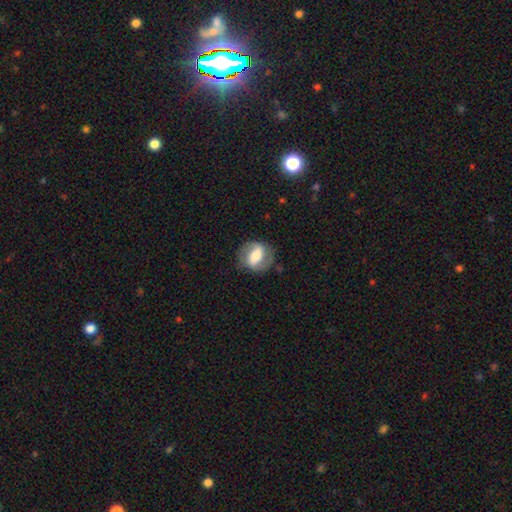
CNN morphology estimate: This is likely a featured or disk galaxy (60%). It is clearly not viewed edge-on (95%). Bar: possibly strong (52%). Spiral arm pattern: likely yes (73%). Central bulge: possibly moderate (49%). Merging: likely none (77%).